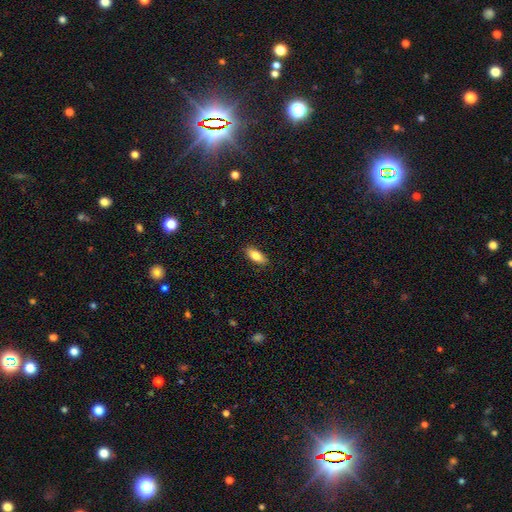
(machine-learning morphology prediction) smooth_or_featured: smooth (p=0.78) [alt: featured or disk p=0.16]
how_rounded: in between (p=0.79) [alt: cigar-shaped p=0.18]
merging: none (p=0.88) [alt: minor disturbance p=0.09]